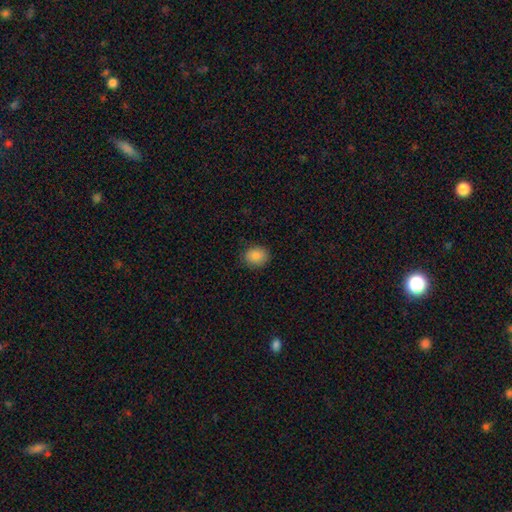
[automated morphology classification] This is clearly a smooth galaxy (87%). How rounded: likely round (63%). Merging: clearly none (85%).